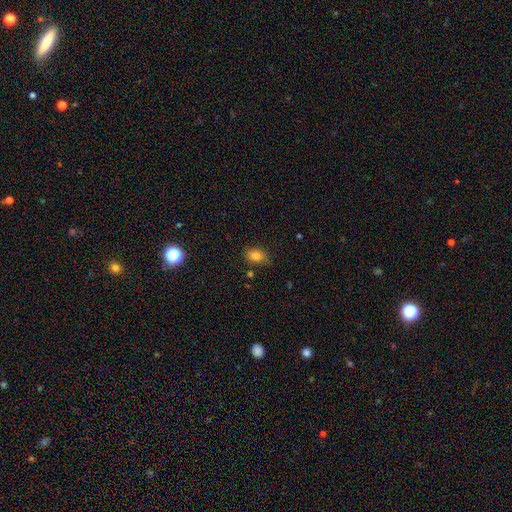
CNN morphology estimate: A smooth galaxy with no disk features (82%) that is in between round and cigar-shaped (70%). Merging: none (75%).